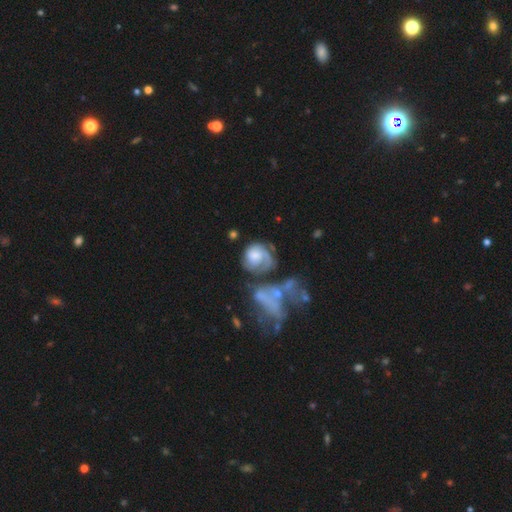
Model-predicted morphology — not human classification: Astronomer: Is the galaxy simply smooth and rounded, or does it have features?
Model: featured or disk — 60%.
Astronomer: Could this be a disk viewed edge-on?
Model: no — 98%.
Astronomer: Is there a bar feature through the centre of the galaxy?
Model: no — 74%.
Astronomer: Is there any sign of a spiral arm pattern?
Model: yes — 81%.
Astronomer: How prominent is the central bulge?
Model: moderate — 33% (runner-up: large, 25%).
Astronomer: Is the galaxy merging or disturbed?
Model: none — 39% (runner-up: major disturbance, 22%).